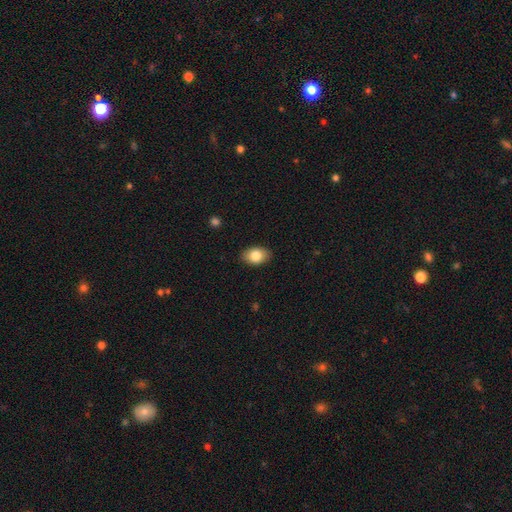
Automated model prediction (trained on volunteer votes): Smooth or featured: smooth — 83% (featured or disk — 9%)
How rounded: in between — 83% (round — 16%)
Merging: none — 87% (minor disturbance — 10%)